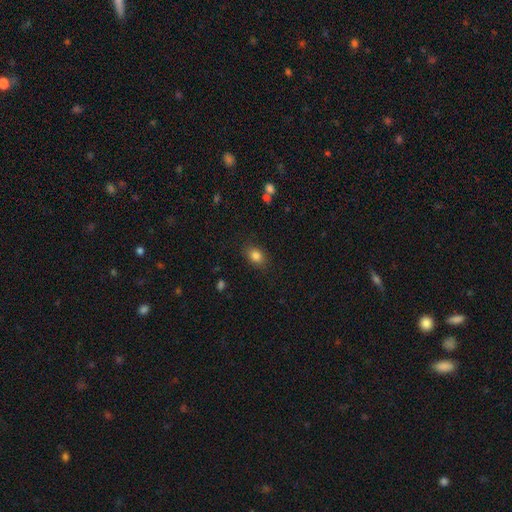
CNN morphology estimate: Smooth or featured?
  - smooth: 84% *
  - star or artifact: 10%
  - featured or disk: 7%
How rounded?
  - in between: 72% *
  - round: 27%
  - cigar-shaped: 1%
Merging?
  - none: 85% *
  - minor disturbance: 11%
  - major disturbance: 3%
  - merger: 1%